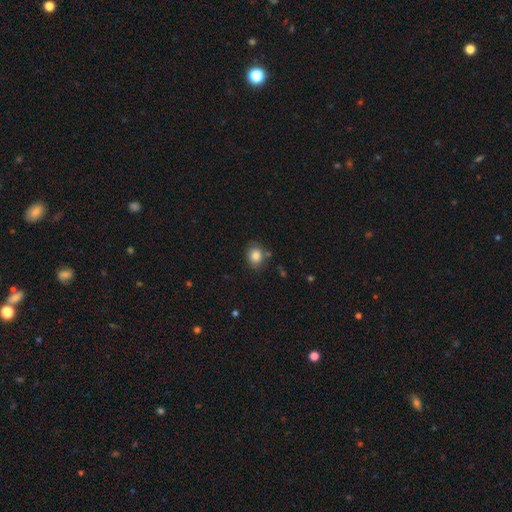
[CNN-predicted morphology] smooth 83%, star or artifact 10%, featured or disk 7%. Down the decision tree: how rounded — round (60%); merging — none (77%).